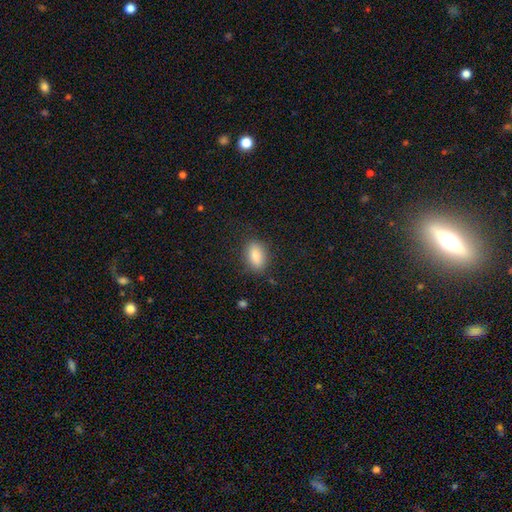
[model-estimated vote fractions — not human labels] Smooth or featured? smooth (85%)
How rounded? in between (86%)
Merging? none (83%)